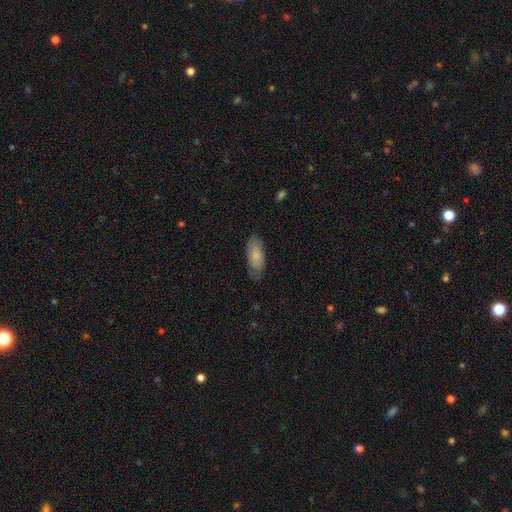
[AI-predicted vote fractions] smooth 75%, featured or disk 19%, star or artifact 6%. Down the decision tree: how rounded — in between (84%); merging — none (71%).